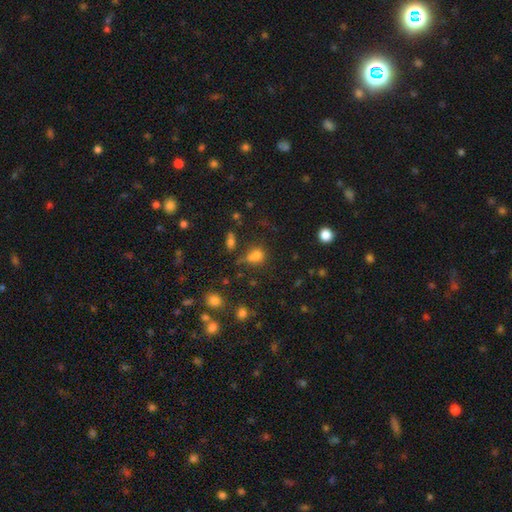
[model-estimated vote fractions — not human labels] Overall: smooth (74%). How rounded: round (62%; in between 36%). Merging: none (47%; merger 27%).